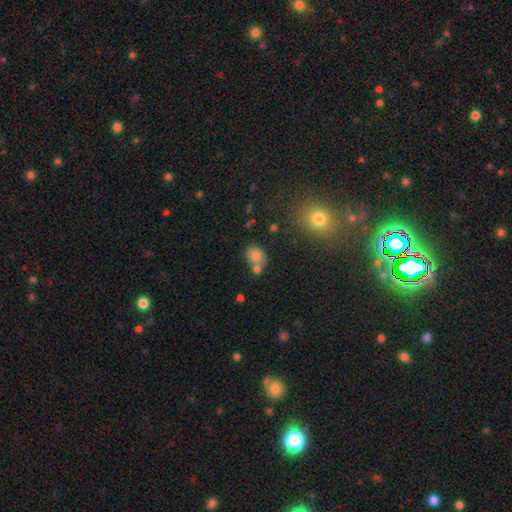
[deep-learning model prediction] Smooth or featured?
  - smooth: 77% *
  - star or artifact: 12%
  - featured or disk: 11%
How rounded?
  - round: 52% *
  - in between: 47%
  - cigar-shaped: 1%
Merging?
  - none: 48% *
  - merger: 35%
  - minor disturbance: 13%
  - major disturbance: 5%